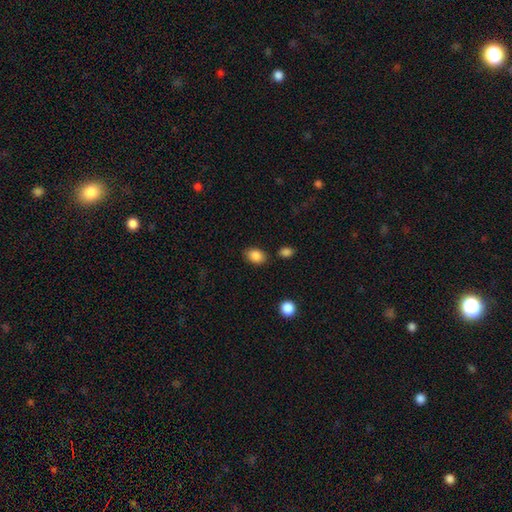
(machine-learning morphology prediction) Q: Smooth or featured?
A: smooth (86%); runner-up: star or artifact (8%)
Q: How rounded?
A: in between (76%); runner-up: round (23%)
Q: Merging?
A: none (81%); runner-up: minor disturbance (12%)